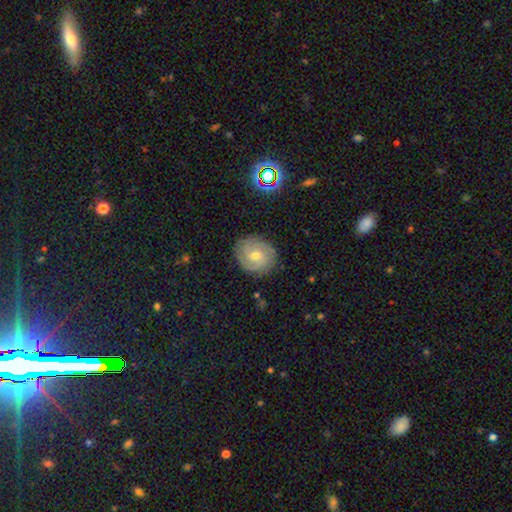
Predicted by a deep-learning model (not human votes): Smooth or featured? featured or disk (70%)
Edge-on disk? no (97%)
Bar? no (61%)
Spiral arms? yes (93%)
Spiral winding? tight (69%)
Spiral arm count? 2 (37%)
Bulge size? moderate (51%)
Merging? none (83%)